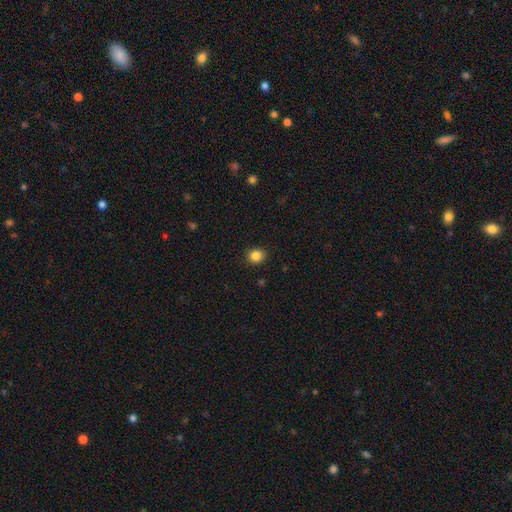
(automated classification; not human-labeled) The model was most divided on "how rounded": round: 78%, in between: 21%, cigar-shaped: 1%. More confident: merging — none (89%); smooth or featured — smooth (84%).